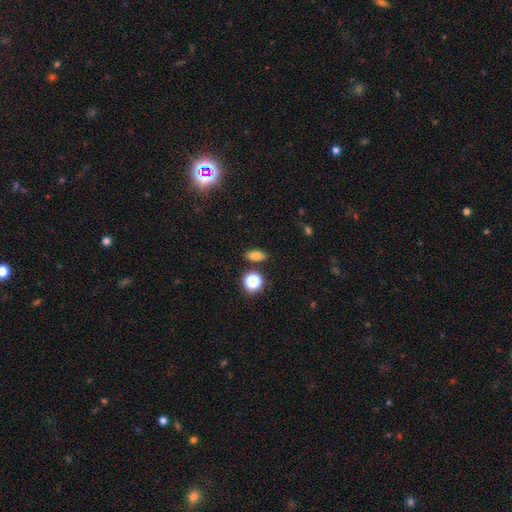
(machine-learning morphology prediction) This is likely a smooth galaxy (73%). How rounded: likely in between (77%). Merging: clearly none (84%).